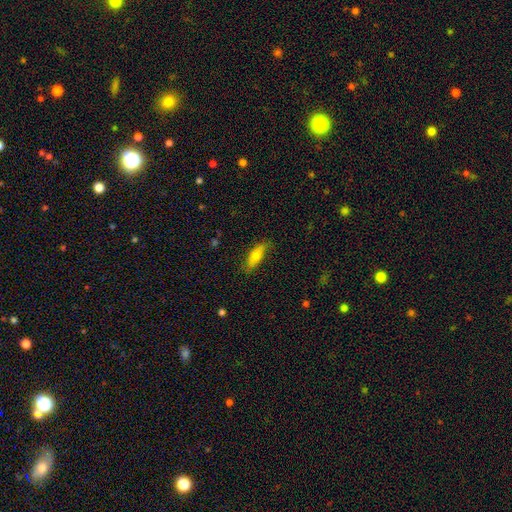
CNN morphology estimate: smooth_or_featured: smooth (p=0.70) [alt: featured or disk p=0.23]
how_rounded: in between (p=0.59) [alt: cigar-shaped p=0.39]
merging: none (p=0.79) [alt: minor disturbance p=0.16]